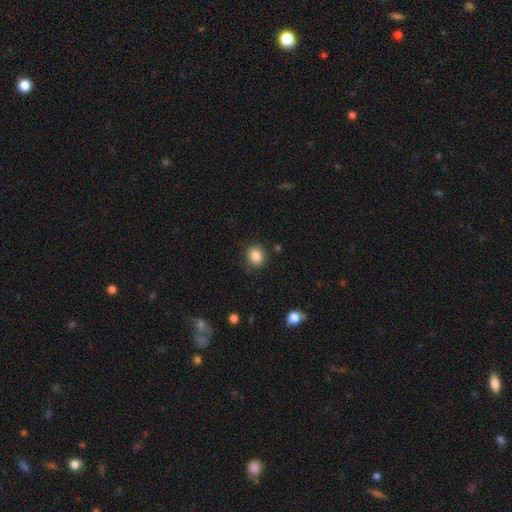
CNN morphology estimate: A smooth galaxy with no disk features (86%) that is round (81%).

Vote fractions:
- Smooth or featured? smooth: 86% / star or artifact: 10% / featured or disk: 4%
- How rounded? round: 81% / in between: 18% / cigar-shaped: 1%
- Merging? none: 86% / minor disturbance: 9% / major disturbance: 3% / merger: 2%